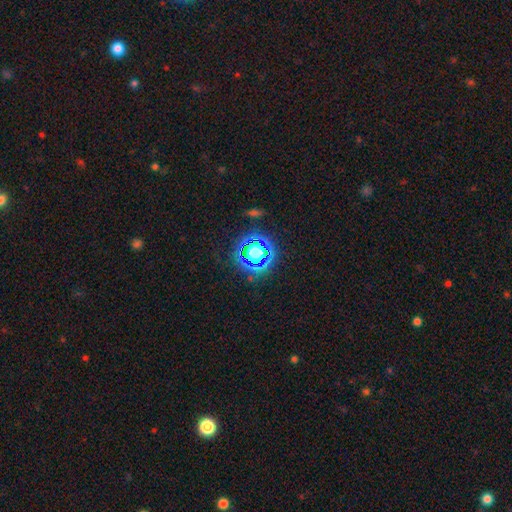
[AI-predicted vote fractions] Overall: star or artifact (79%).